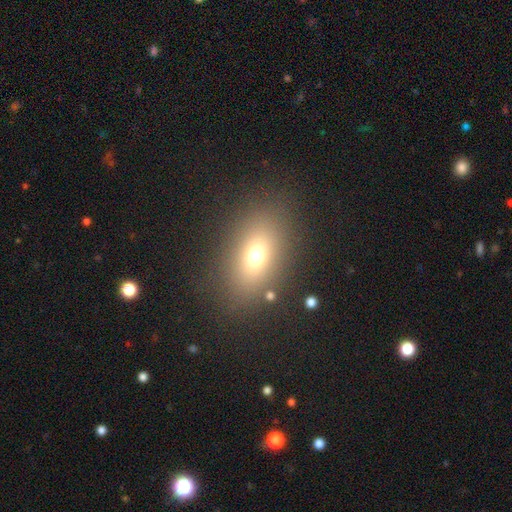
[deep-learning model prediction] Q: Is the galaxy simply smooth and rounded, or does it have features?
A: smooth — 69%.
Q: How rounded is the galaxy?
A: in between — 77%.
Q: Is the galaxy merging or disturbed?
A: none — 83%.